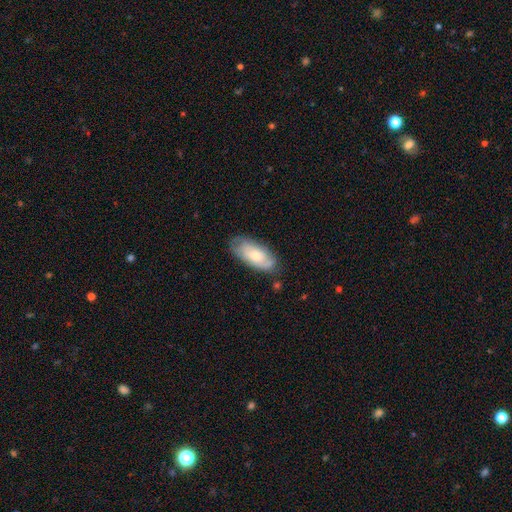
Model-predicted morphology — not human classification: Smooth or featured: smooth — 49% (featured or disk — 45%)
Merging: none — 70% (minor disturbance — 22%)